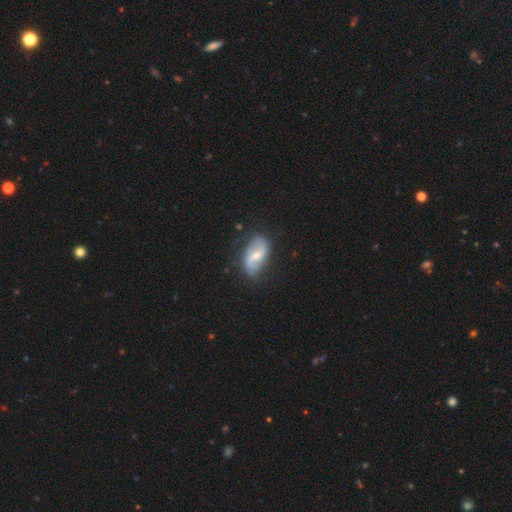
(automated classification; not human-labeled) featured or disk 79%, smooth 16%, star or artifact 5%. Down the decision tree: edge-on disk — no (97%); bar — weak (54%); spiral arms — yes (93%); spiral arm count — 2 (90%); spiral winding — loose (58%); bulge size — moderate (47%); merging — none (75%).